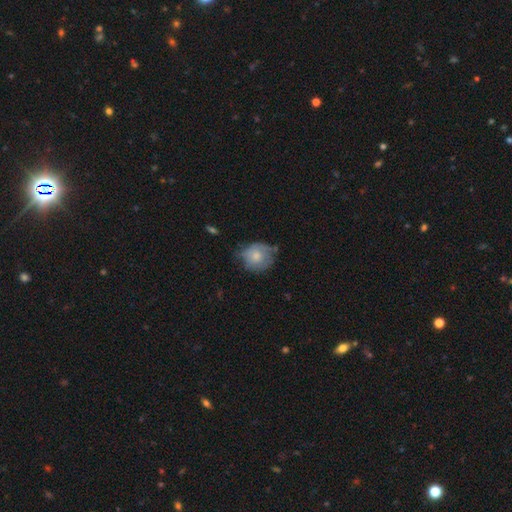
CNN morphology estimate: A smooth galaxy with no disk features (71%) that is round (79%).

Vote fractions:
- Smooth or featured? smooth: 71% / featured or disk: 22% / star or artifact: 7%
- How rounded? round: 79% / in between: 20% / cigar-shaped: 1%
- Merging? none: 51% / minor disturbance: 36% / major disturbance: 9% / merger: 3%